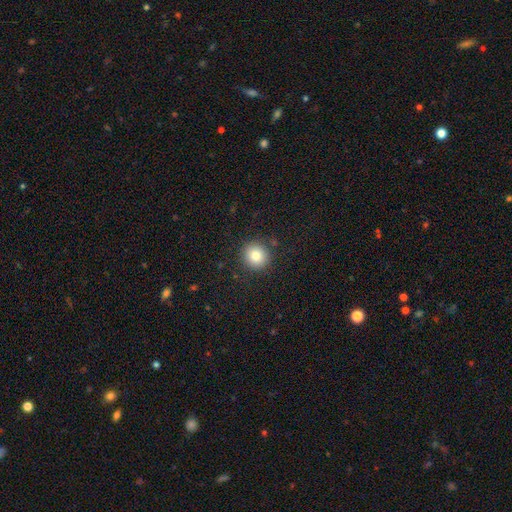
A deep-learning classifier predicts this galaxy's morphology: This is clearly a smooth galaxy (82%). How rounded: clearly round (91%). Merging: clearly none (89%).